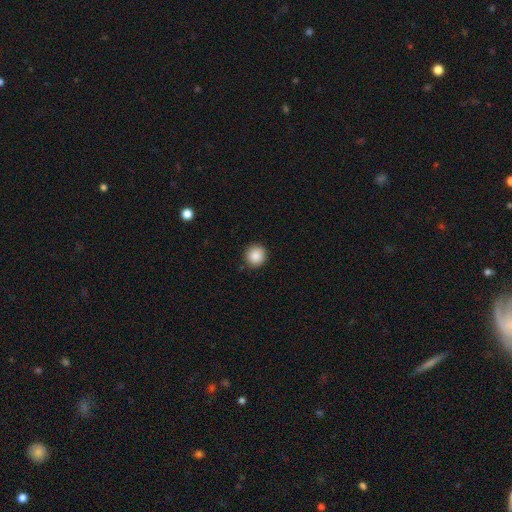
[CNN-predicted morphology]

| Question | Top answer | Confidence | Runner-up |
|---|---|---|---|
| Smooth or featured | smooth | 88% | star or artifact (9%) |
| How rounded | round | 93% | in between (6%) |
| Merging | none | 90% | minor disturbance (7%) |